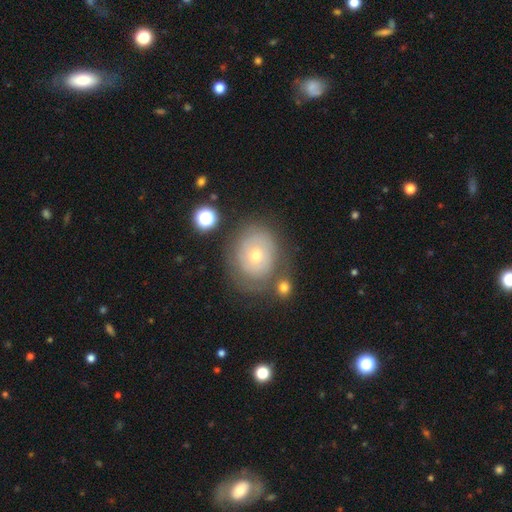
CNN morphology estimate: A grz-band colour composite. It shows a featured or disk galaxy (49%). Merging: none (67%).